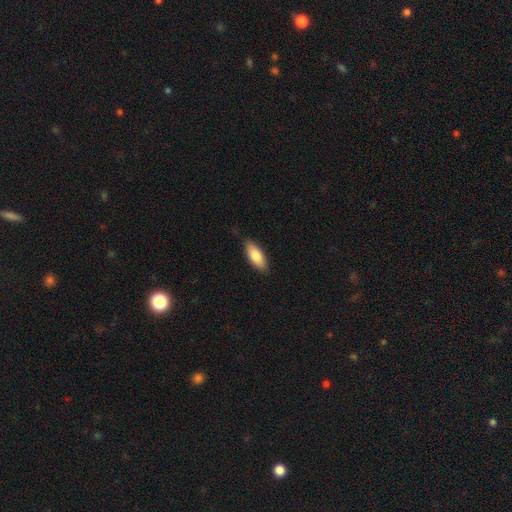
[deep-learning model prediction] smooth_or_featured: smooth (p=0.81) [alt: featured or disk p=0.13]
how_rounded: in between (p=0.77) [alt: cigar-shaped p=0.21]
merging: none (p=0.85) [alt: minor disturbance p=0.12]